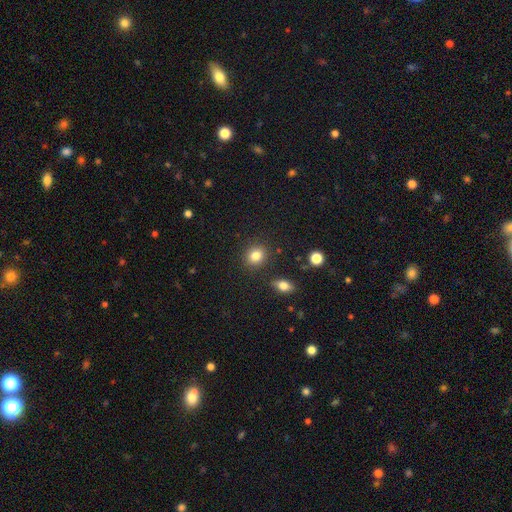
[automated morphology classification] Smooth or featured?
  - smooth: 83% *
  - star or artifact: 11%
  - featured or disk: 7%
How rounded?
  - round: 74% *
  - in between: 25%
  - cigar-shaped: 1%
Merging?
  - none: 87% *
  - minor disturbance: 7%
  - merger: 3%
  - major disturbance: 2%